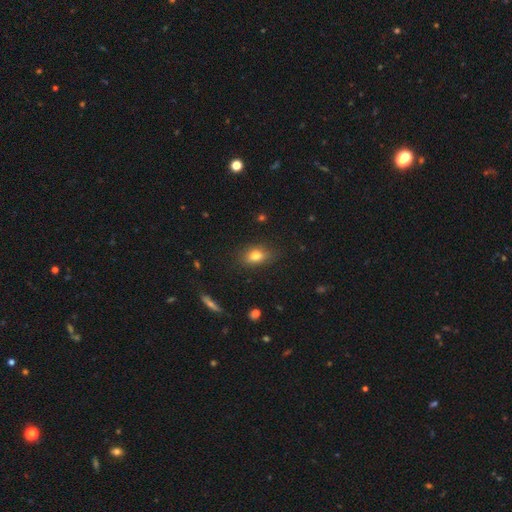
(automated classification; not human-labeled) This appears to be a smooth galaxy with no disk features (78%) that is in between round and cigar-shaped (78%). Merging: none (80%).